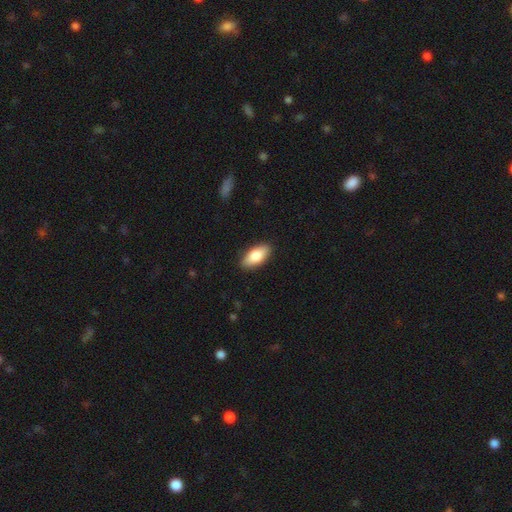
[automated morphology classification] A smooth galaxy with no disk features (80%) that is in between round and cigar-shaped (87%). Merging: none (89%).